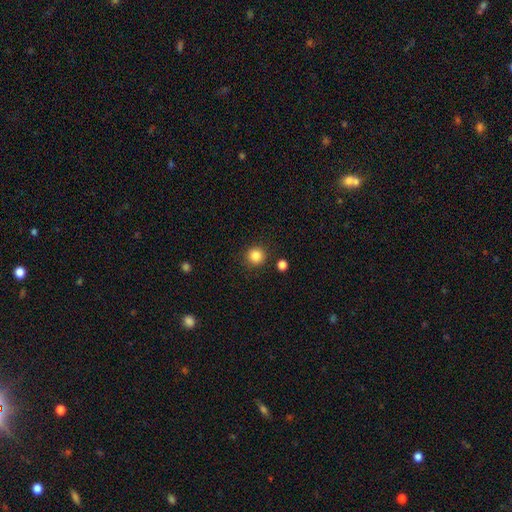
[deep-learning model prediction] Q: Smooth or featured?
A: smooth (85%); runner-up: star or artifact (11%)
Q: How rounded?
A: round (93%); runner-up: in between (6%)
Q: Merging?
A: none (88%); runner-up: minor disturbance (7%)